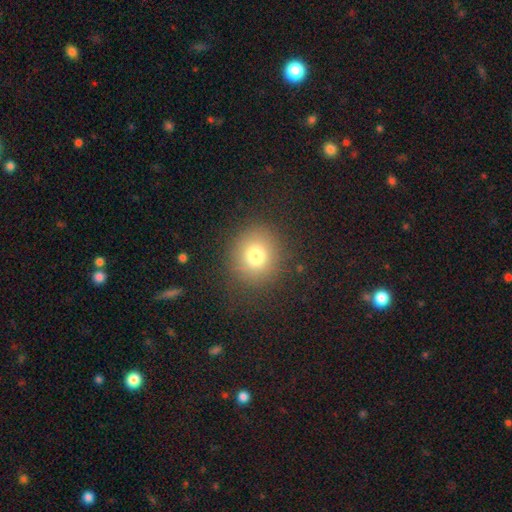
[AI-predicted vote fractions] Smooth or featured: smooth — 75% (star or artifact — 15%)
How rounded: round — 87% (in between — 12%)
Merging: none — 86% (minor disturbance — 8%)